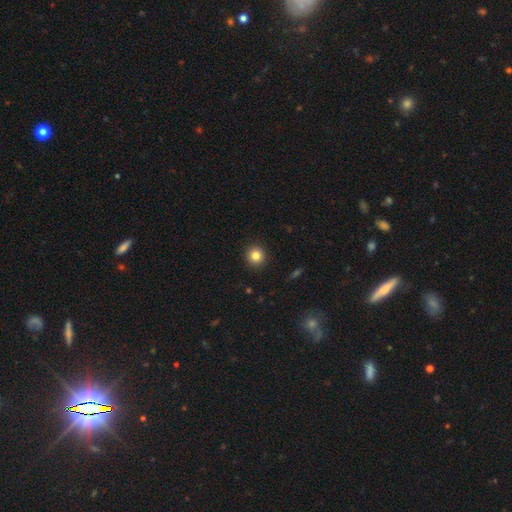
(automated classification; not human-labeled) smooth_or_featured: smooth (p=0.84) [alt: star or artifact p=0.11]
how_rounded: round (p=0.93) [alt: in between p=0.06]
merging: none (p=0.92) [alt: minor disturbance p=0.05]